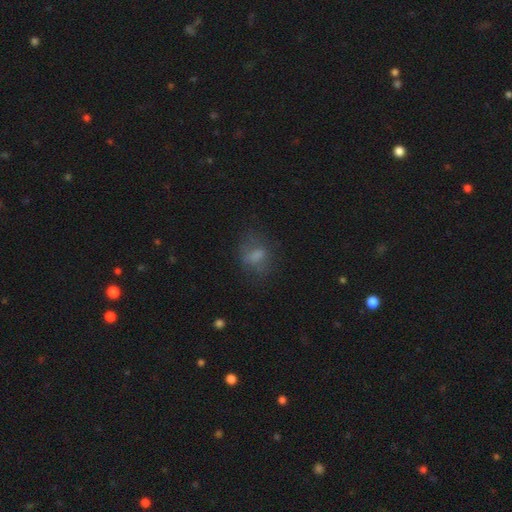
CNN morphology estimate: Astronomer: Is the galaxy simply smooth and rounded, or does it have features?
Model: smooth — 61%.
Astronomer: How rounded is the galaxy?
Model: in between — 65%.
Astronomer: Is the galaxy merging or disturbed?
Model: none — 55%.